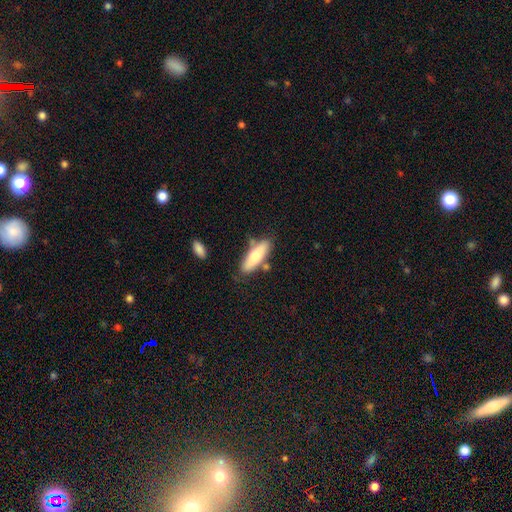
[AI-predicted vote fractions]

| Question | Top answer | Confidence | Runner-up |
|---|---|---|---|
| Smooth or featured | smooth | 74% | featured or disk (20%) |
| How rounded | cigar-shaped | 52% | in between (46%) |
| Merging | none | 72% | minor disturbance (16%) |